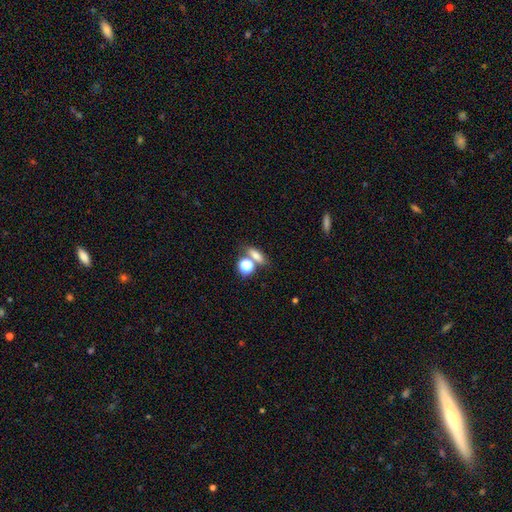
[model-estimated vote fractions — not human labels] Morphology: type=smooth (67%); roundness=in between (48%); merging=none (61%).